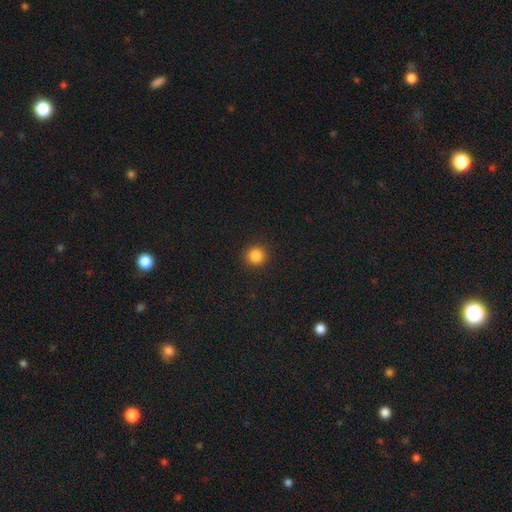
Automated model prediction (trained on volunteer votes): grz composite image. It shows a smooth galaxy with no disk features (85%) that is round (91%). Merging: none (92%).